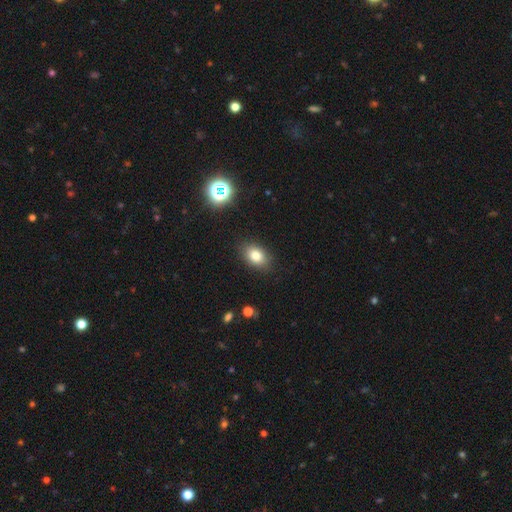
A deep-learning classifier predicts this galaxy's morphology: A smooth galaxy with no disk features (79%) that is in between round and cigar-shaped (82%).

Vote fractions:
- Smooth or featured? smooth: 79% / star or artifact: 11% / featured or disk: 9%
- How rounded? in between: 82% / round: 17% / cigar-shaped: 1%
- Merging? none: 87% / minor disturbance: 9% / major disturbance: 3% / merger: 1%